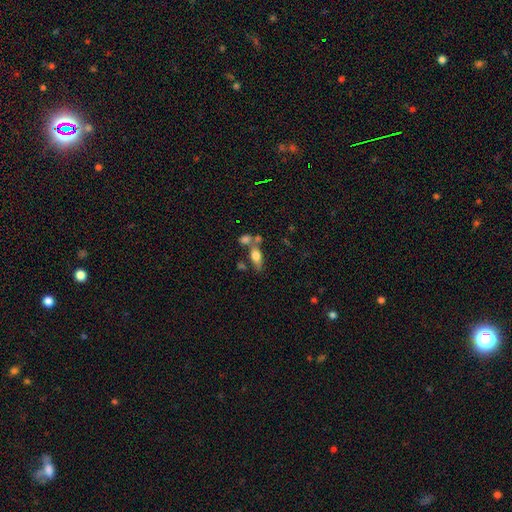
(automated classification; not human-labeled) smooth 67%, featured or disk 24%, star or artifact 9%. Down the decision tree: how rounded — in between (77%); merging — none (48%).